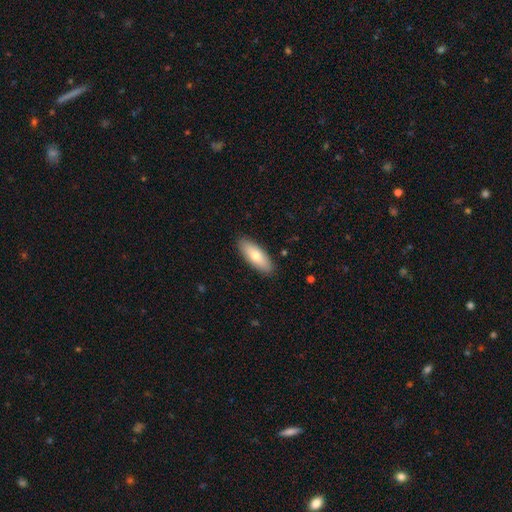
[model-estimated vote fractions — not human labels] A smooth galaxy with no disk features (75%) that is in between round and cigar-shaped (72%).

Vote fractions:
- Smooth or featured? smooth: 75% / featured or disk: 20% / star or artifact: 6%
- How rounded? in between: 72% / cigar-shaped: 26% / round: 2%
- Merging? none: 89% / minor disturbance: 8% / major disturbance: 2% / merger: 1%